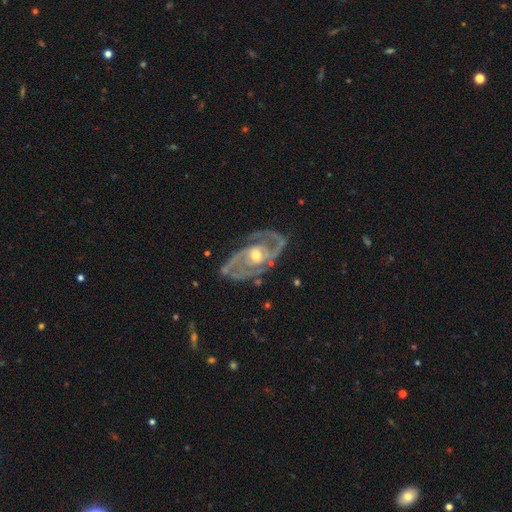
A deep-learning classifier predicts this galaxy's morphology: Smooth or featured: featured or disk — 90% (smooth — 5%)
Edge-on disk: no — 95% (yes — 5%)
Bar: no — 61% (weak — 28%)
Spiral arms: yes — 95% (no — 5%)
Spiral winding: medium — 46% (tight — 43%)
Spiral arm count: 2 — 75% (can't tell — 9%)
Bulge size: moderate — 66% (small — 28%)
Merging: none — 73% (minor disturbance — 18%)